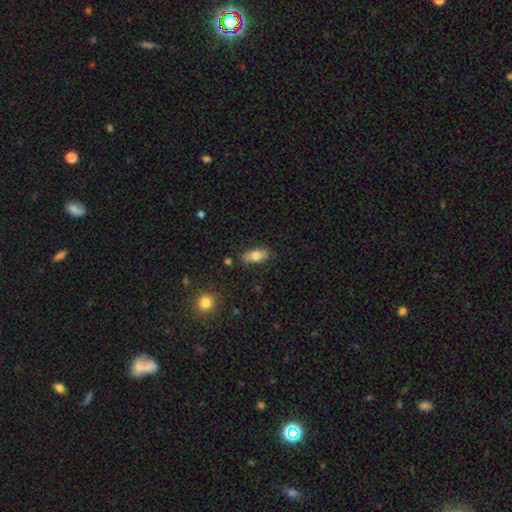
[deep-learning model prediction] A smooth galaxy with no disk features (74%) that is in between round and cigar-shaped (82%). Merging: none (82%).